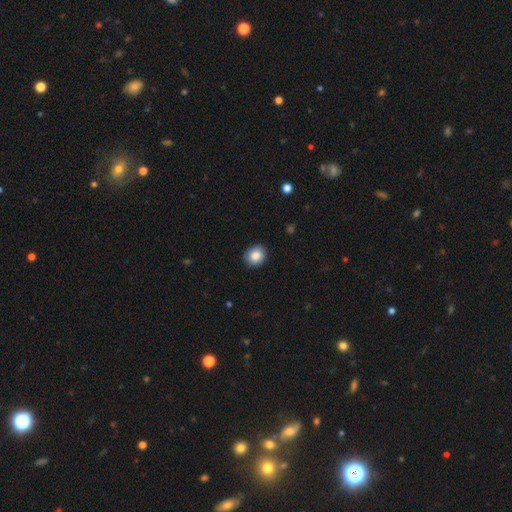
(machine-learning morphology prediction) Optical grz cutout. It shows a smooth galaxy with no disk features (87%) that is round (70%). Merging: none (89%).